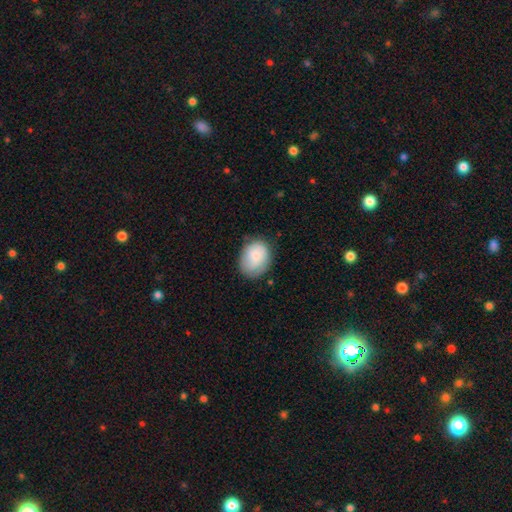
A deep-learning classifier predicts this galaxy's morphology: smooth-or-featured: smooth: 83% | featured or disk: 11% | star or artifact: 7%
  how-rounded: in between: 64% | round: 35% | cigar-shaped: 1%
  merging: none: 72% | minor disturbance: 22% | major disturbance: 5% | merger: 2%